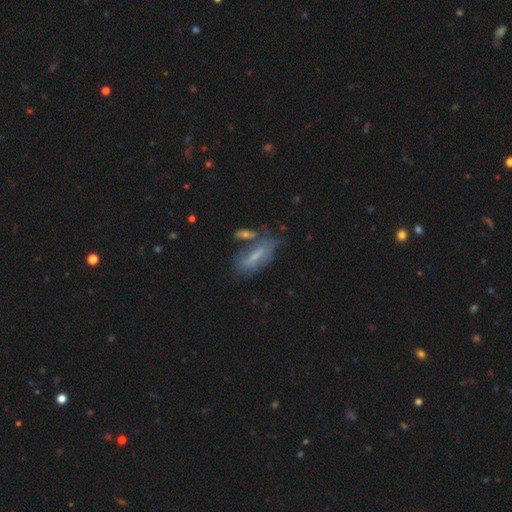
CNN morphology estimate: This appears to be a smooth galaxy with no disk features (50%). Merging: none (49%).